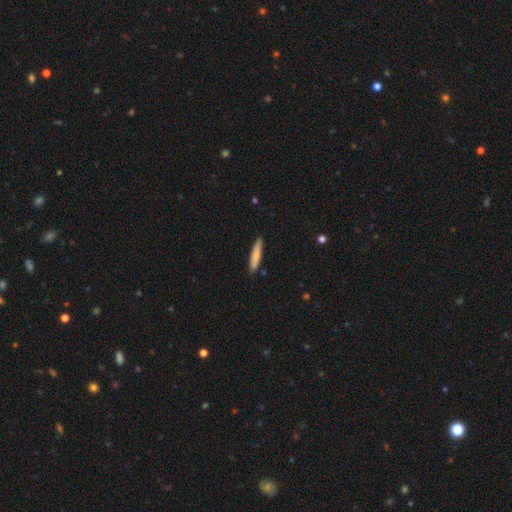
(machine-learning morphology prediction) smooth_or_featured: smooth (p=0.76) [alt: featured or disk p=0.19]
how_rounded: cigar-shaped (p=0.88) [alt: in between p=0.11]
merging: none (p=0.85) [alt: minor disturbance p=0.12]